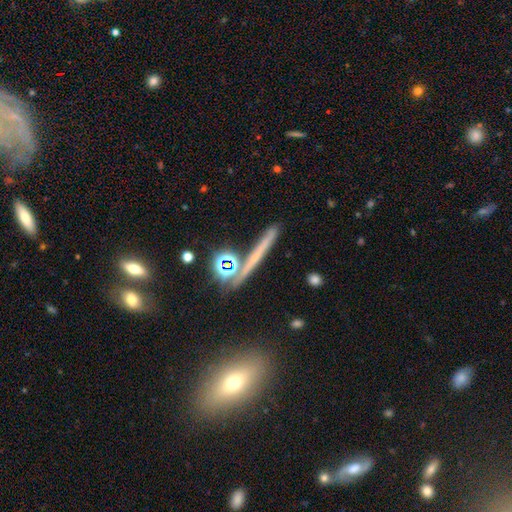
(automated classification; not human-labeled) Smooth or featured? Predicted: smooth (p=0.39, tied with featured or disk). Merging? Predicted: none (p=0.74).